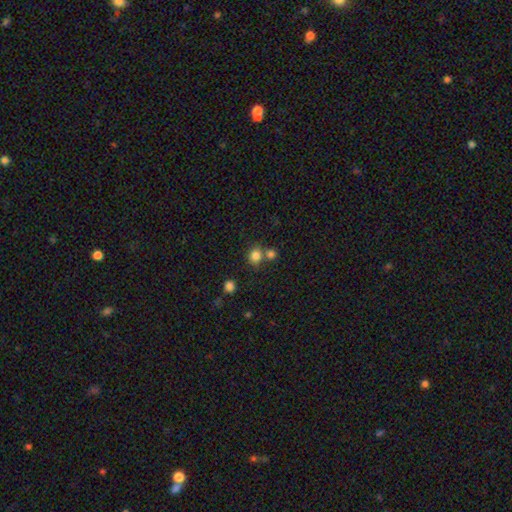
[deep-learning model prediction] Overall: smooth (81%). How rounded: round (80%). Merging: none (62%; merger 27%).